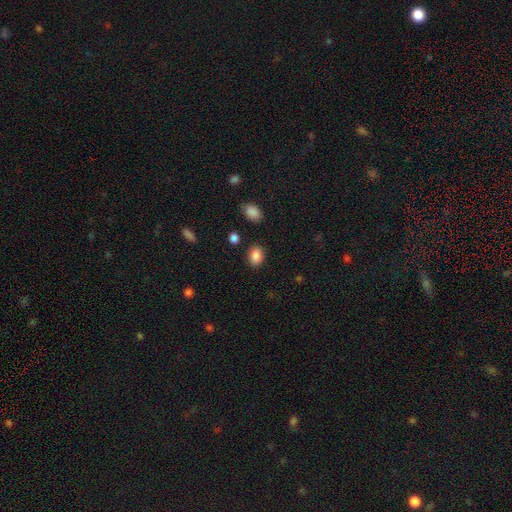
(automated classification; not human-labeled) A smooth galaxy with no disk features (88%) that is in between round and cigar-shaped (74%).

Vote fractions:
- Smooth or featured? smooth: 88% / star or artifact: 9% / featured or disk: 4%
- How rounded? in between: 74% / round: 25% / cigar-shaped: 1%
- Merging? none: 86% / minor disturbance: 9% / major disturbance: 3% / merger: 2%